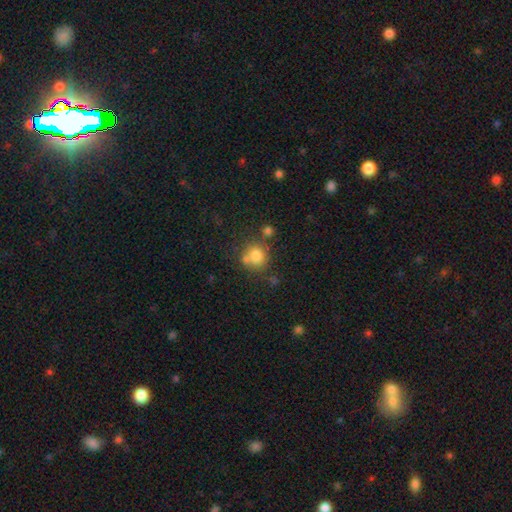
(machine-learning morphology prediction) Q: Smooth or featured?
A: smooth (78%); runner-up: star or artifact (12%)
Q: How rounded?
A: round (85%); runner-up: in between (14%)
Q: Merging?
A: none (60%); runner-up: merger (22%)